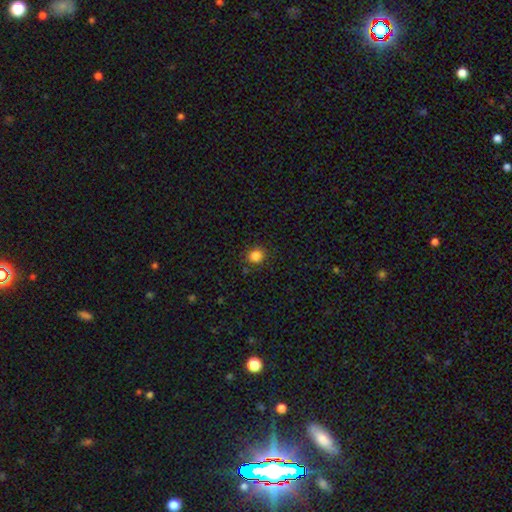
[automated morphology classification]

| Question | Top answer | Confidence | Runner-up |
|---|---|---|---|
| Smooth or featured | smooth | 84% | star or artifact (12%) |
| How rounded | round | 78% | in between (21%) |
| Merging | none | 86% | minor disturbance (9%) |